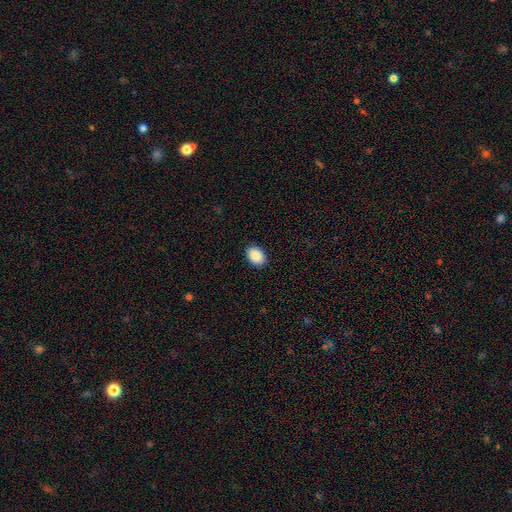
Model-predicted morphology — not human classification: The model was most divided on "how rounded": in between: 78%, round: 21%, cigar-shaped: 1%. More confident: merging — none (90%); smooth or featured — smooth (90%).